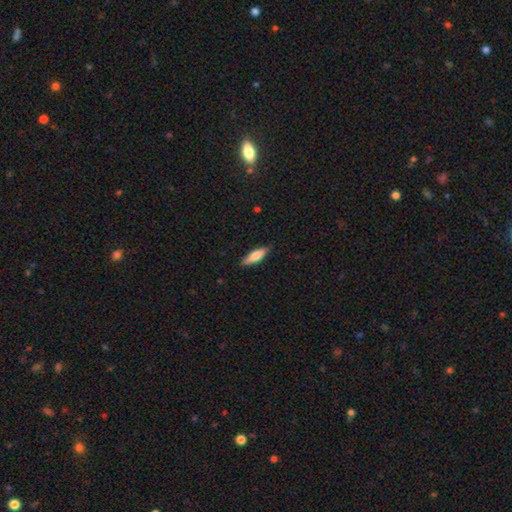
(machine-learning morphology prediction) type=smooth (69%); roundness=cigar-shaped (60%); merging=none (85%).